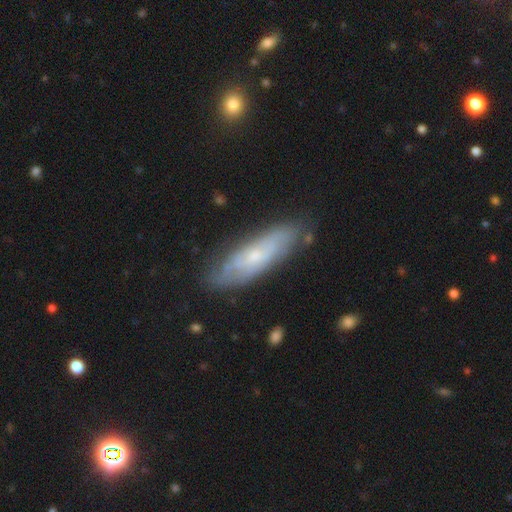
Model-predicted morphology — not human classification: Smooth or featured?
  - featured or disk: 57% *
  - smooth: 37%
  - star or artifact: 7%
Edge-on disk?
  - no: 70% *
  - yes: 30%
Merging?
  - none: 77% *
  - minor disturbance: 17%
  - major disturbance: 4%
  - merger: 2%